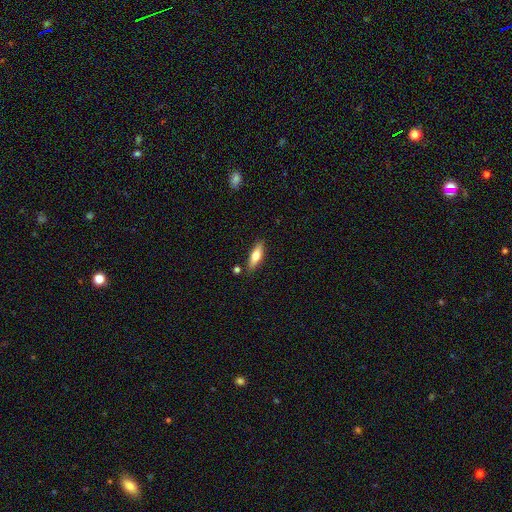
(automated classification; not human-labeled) Smooth or featured? smooth (65%)
How rounded? cigar-shaped (49%, tied with in between)
Merging? none (83%)